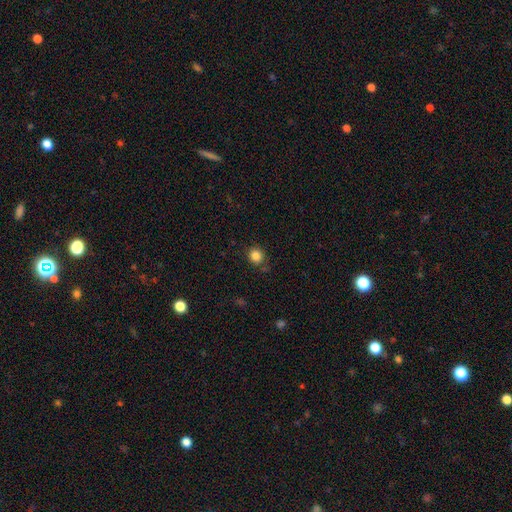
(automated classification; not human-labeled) A smooth galaxy with no disk features (85%) that is round (87%). Merging: none (83%).